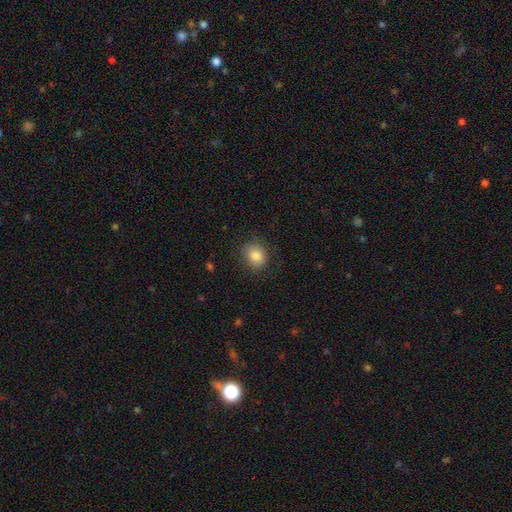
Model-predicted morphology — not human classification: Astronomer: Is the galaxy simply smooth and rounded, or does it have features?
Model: smooth — 84%.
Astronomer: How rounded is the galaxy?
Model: round — 59% (runner-up: in between, 40%).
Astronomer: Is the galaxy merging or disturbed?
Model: none — 80%.